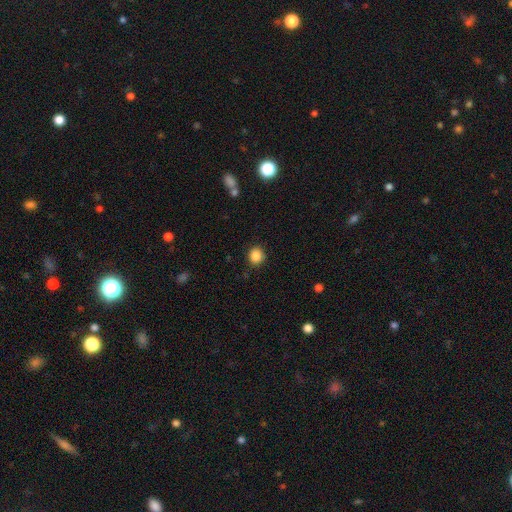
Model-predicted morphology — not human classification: This appears to be a smooth galaxy with no disk features (87%) that is round (86%). Merging: none (87%).